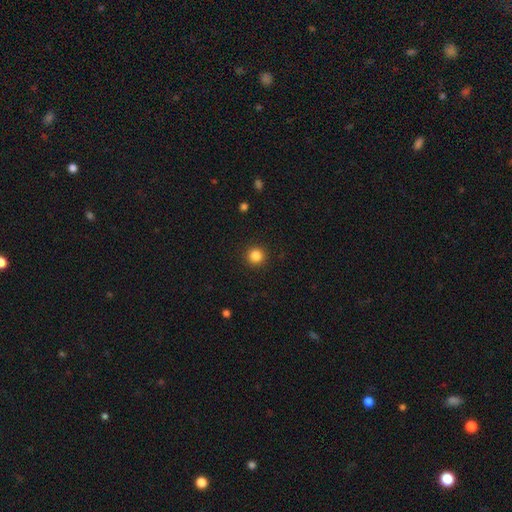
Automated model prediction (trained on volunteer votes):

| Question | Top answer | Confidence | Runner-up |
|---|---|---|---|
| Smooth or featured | smooth | 84% | star or artifact (12%) |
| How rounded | round | 96% | in between (3%) |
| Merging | none | 93% | minor disturbance (5%) |